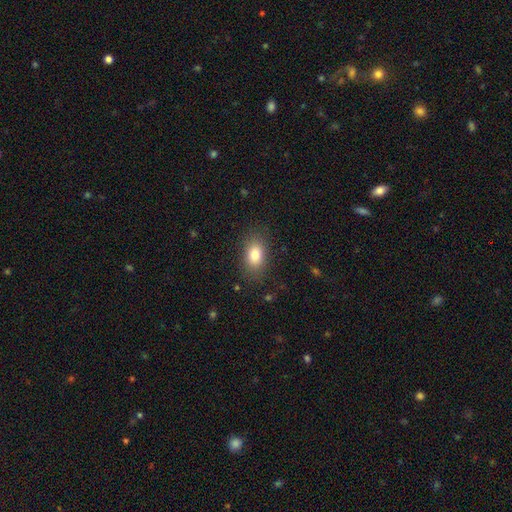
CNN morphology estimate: Smooth or featured? smooth (82%)
How rounded? in between (85%)
Merging? none (86%)